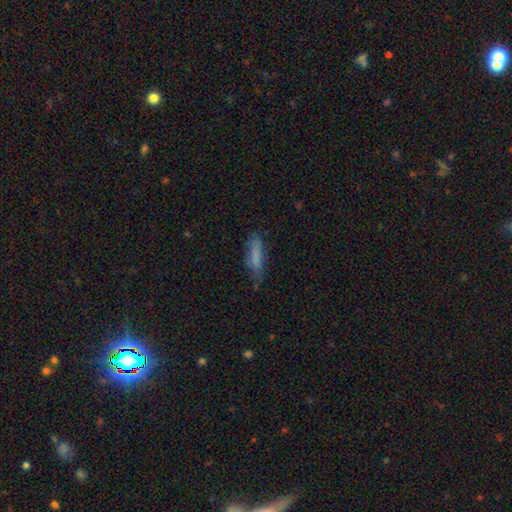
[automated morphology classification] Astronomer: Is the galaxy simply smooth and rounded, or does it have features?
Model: smooth — 76%.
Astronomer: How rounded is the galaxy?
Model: cigar-shaped — 74%.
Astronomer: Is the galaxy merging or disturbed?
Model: none — 68%.